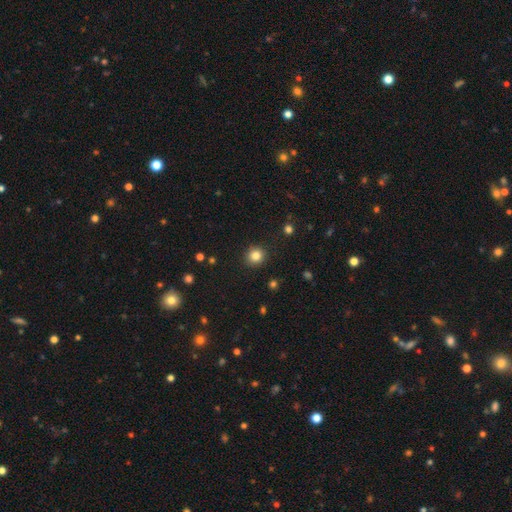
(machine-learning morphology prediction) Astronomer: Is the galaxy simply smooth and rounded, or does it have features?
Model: smooth — 83%.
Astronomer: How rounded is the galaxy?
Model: round — 92%.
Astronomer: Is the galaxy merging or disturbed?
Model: none — 91%.